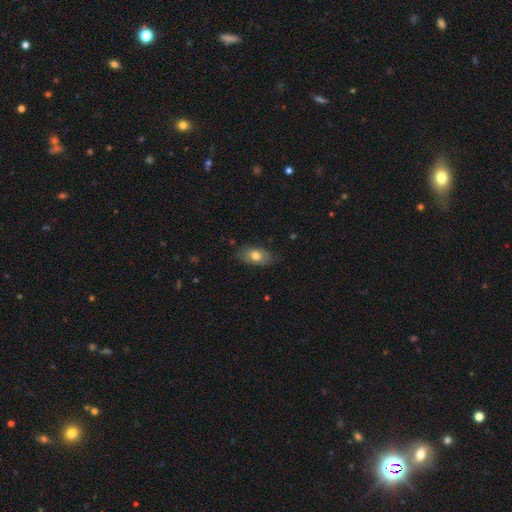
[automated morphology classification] This appears to be a smooth galaxy with no disk features (70%) that is in between round and cigar-shaped (90%). Merging: none (73%).